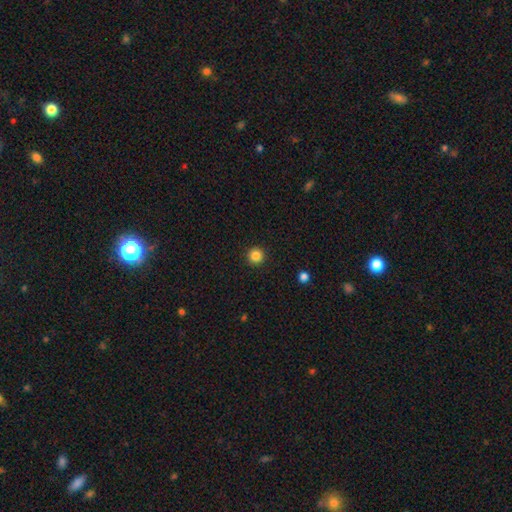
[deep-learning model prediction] Morphology: type=smooth (85%); roundness=round (96%); merging=none (93%).